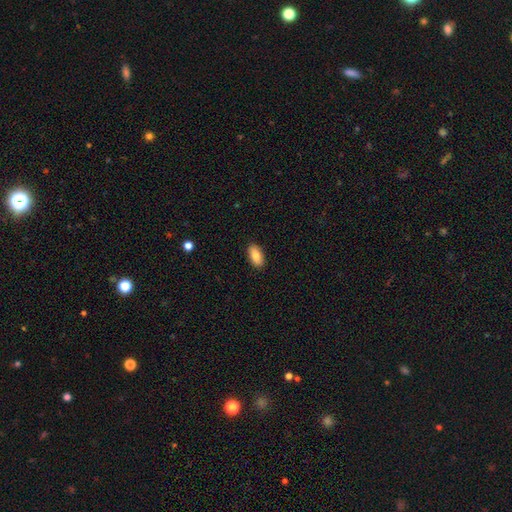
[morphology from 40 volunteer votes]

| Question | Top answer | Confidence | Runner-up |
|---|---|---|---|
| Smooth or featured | smooth | 95% | star or artifact (5%) |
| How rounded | in between | 92% | cigar-shaped (8%) |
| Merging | none | 84% | minor disturbance (13%) |